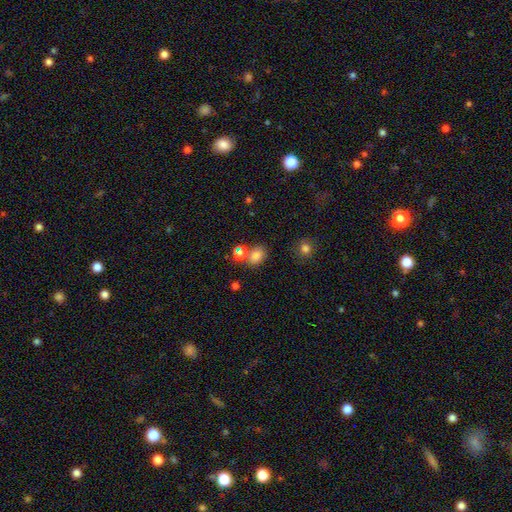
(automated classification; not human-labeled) smooth_or_featured: smooth (p=0.78) [alt: star or artifact p=0.15]
how_rounded: in between (p=0.62) [alt: round p=0.37]
merging: none (p=0.60) [alt: merger p=0.22]